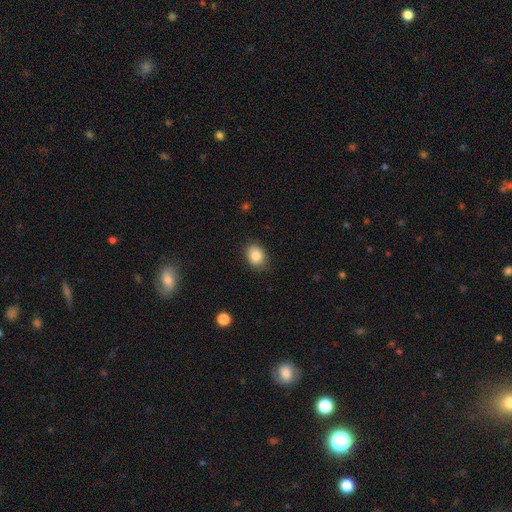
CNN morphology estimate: smooth 85%, star or artifact 9%, featured or disk 6%. Down the decision tree: how rounded — in between (62%); merging — none (83%).